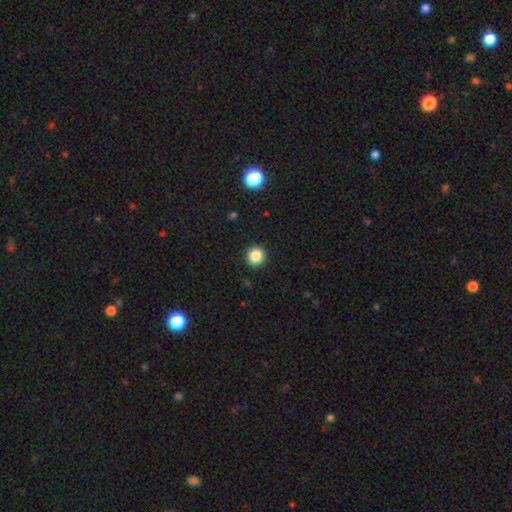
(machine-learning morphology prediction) Smooth or featured? smooth (86%)
How rounded? round (92%)
Merging? none (92%)